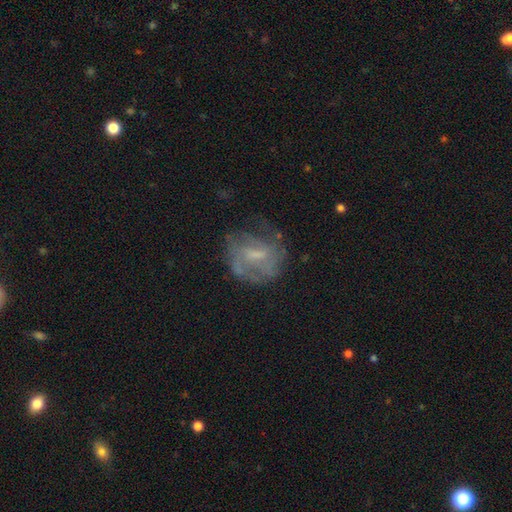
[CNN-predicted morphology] This appears to be a featured or disk galaxy (63%) with a weak bar (52%), spiral arms (66%) and a small central bulge (37%). Merging: none (58%).